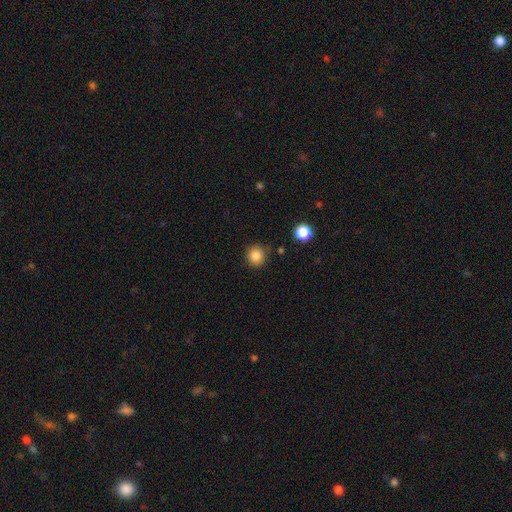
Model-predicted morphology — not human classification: Q: Smooth or featured?
A: smooth (85%); runner-up: star or artifact (11%)
Q: How rounded?
A: round (92%); runner-up: in between (7%)
Q: Merging?
A: none (85%); runner-up: minor disturbance (10%)